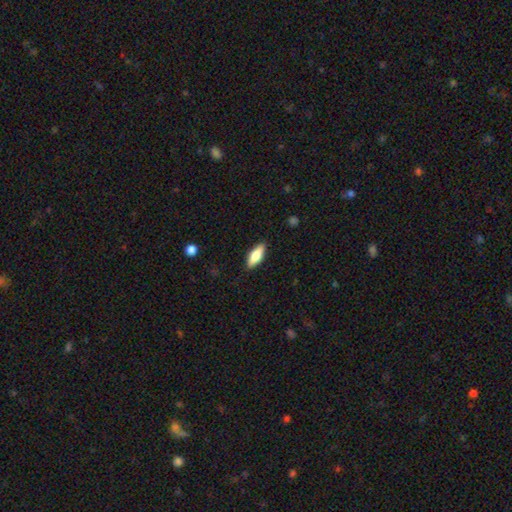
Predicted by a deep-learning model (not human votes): Morphology: type=smooth (71%); roundness=in between (67%); merging=none (88%).